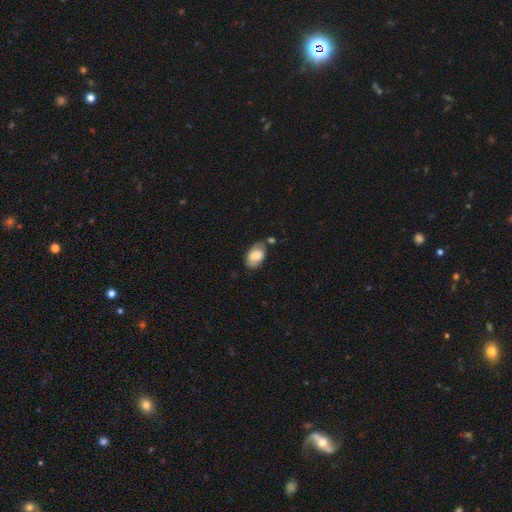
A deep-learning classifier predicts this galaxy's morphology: A smooth galaxy with no disk features (73%) that is in between round and cigar-shaped (91%).

Vote fractions:
- Smooth or featured? smooth: 73% / featured or disk: 20% / star or artifact: 7%
- How rounded? in between: 91% / round: 7% / cigar-shaped: 1%
- Merging? none: 57% / minor disturbance: 25% / merger: 11% / major disturbance: 7%